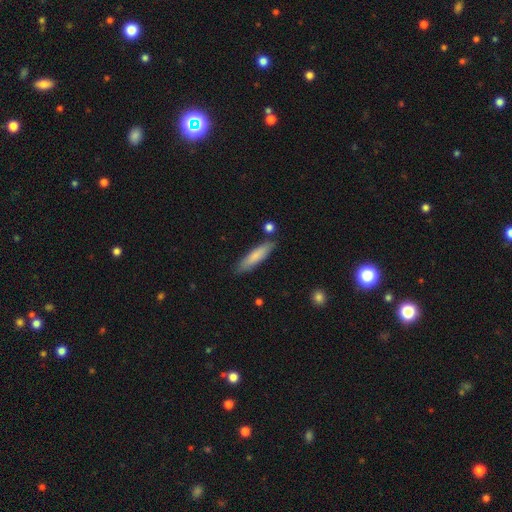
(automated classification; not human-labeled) A smooth galaxy with no disk features (77%) that is cigar-shaped (81%). Merging: none (82%).